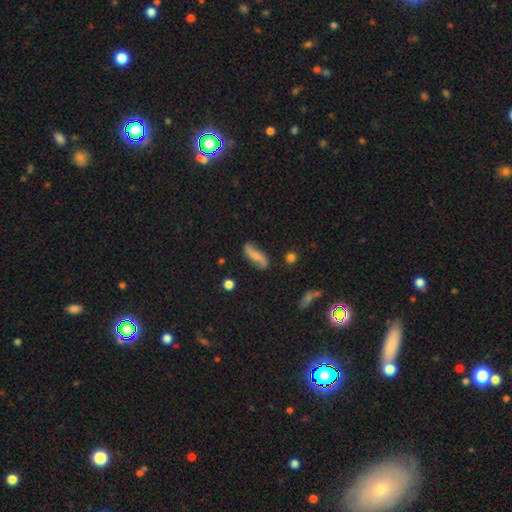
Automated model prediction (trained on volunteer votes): Smooth or featured?
  - featured or disk: 63% *
  - smooth: 30%
  - star or artifact: 8%
Edge-on disk?
  - no: 90% *
  - yes: 10%
Bar?
  - no: 53% *
  - weak: 32%
  - strong: 16%
Spiral arms?
  - yes: 92% *
  - no: 8%
Spiral winding?
  - loose: 85% *
  - medium: 11%
  - tight: 4%
Spiral arm count?
  - 2: 92% *
  - can't tell: 3%
  - 1: 2%
  - 3: 1%
  - 4: 1%
  - more than 4: 1%
Bulge size?
  - none: 42% *
  - small: 33%
  - moderate: 19%
  - large: 4%
  - dominant: 2%
Merging?
  - none: 76% *
  - minor disturbance: 16%
  - major disturbance: 5%
  - merger: 3%